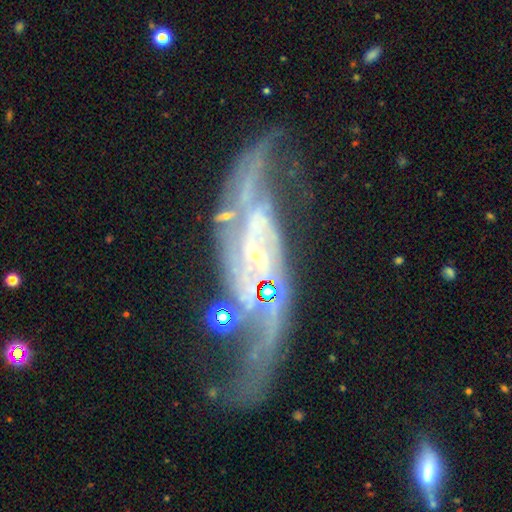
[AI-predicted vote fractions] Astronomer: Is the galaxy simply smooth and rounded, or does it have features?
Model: featured or disk — 89%.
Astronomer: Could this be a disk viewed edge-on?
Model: no — 92%.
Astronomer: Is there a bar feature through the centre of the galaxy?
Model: weak — 41% (runner-up: no, 34%).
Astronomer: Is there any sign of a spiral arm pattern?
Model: yes — 97%.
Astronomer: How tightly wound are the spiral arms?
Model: loose — 43% (runner-up: medium, 41%).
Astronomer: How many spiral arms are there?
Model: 2 — 80%.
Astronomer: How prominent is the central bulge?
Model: small — 72%.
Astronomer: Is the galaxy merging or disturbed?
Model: none — 53%.